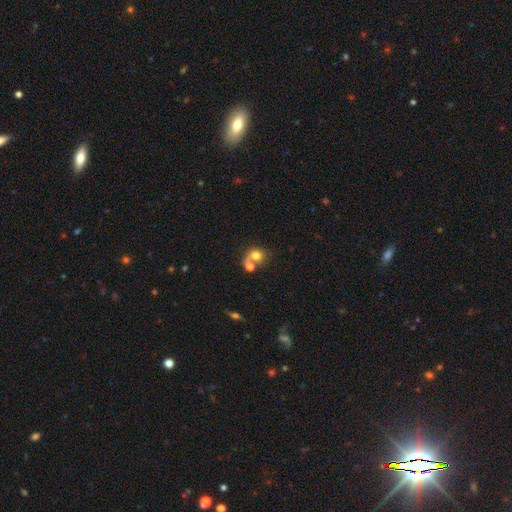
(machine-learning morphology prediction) Q: Smooth or featured?
A: smooth (72%); runner-up: featured or disk (16%)
Q: How rounded?
A: round (69%); runner-up: in between (29%)
Q: Merging?
A: merger (48%); runner-up: none (35%)